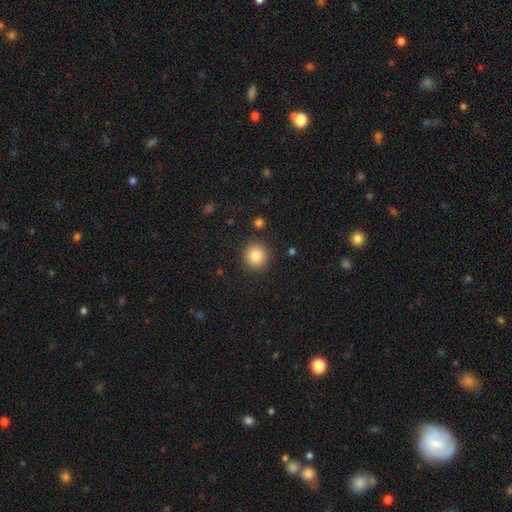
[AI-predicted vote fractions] This is clearly a smooth galaxy (82%). How rounded: clearly round (94%). Merging: clearly none (90%).